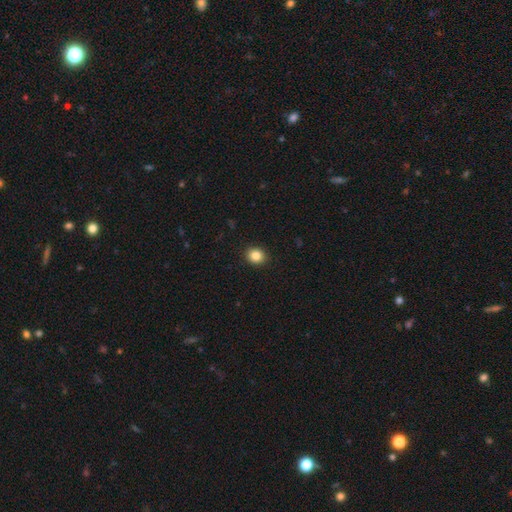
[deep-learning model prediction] Overall: smooth (85%). How rounded: round (74%). Merging: none (92%).